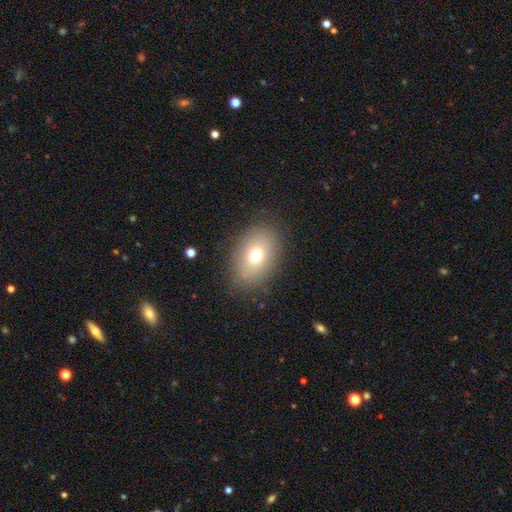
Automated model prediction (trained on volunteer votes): The model was most divided on "smooth or featured": smooth: 72%, featured or disk: 17%, star or artifact: 11%. More confident: merging — none (83%); how rounded — in between (81%).